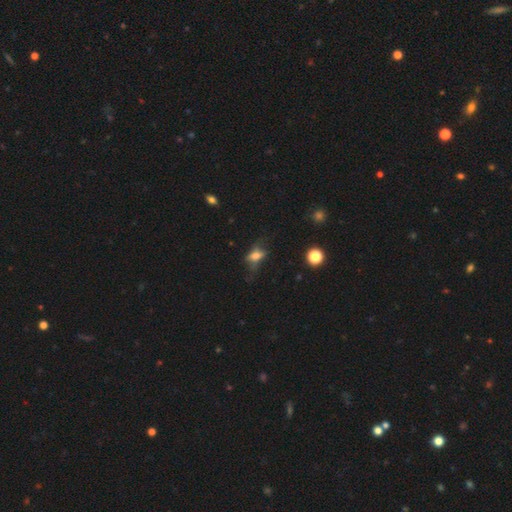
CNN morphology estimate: Smooth or featured: smooth — 55% (featured or disk — 31%)
How rounded: in between — 75% (round — 14%)
Merging: none — 44% (major disturbance — 27%)